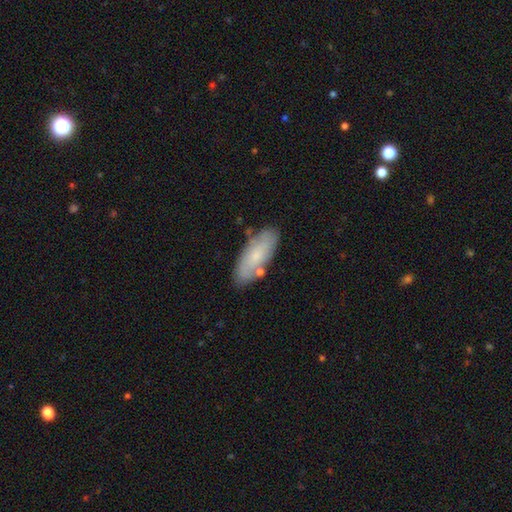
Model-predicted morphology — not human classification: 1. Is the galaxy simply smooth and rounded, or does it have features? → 63% smooth, 31% featured or disk, 7% star or artifact.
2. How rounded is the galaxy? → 74% in between, 24% cigar-shaped, 2% round.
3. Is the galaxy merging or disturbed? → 76% none, 16% minor disturbance, 5% merger, 3% major disturbance.